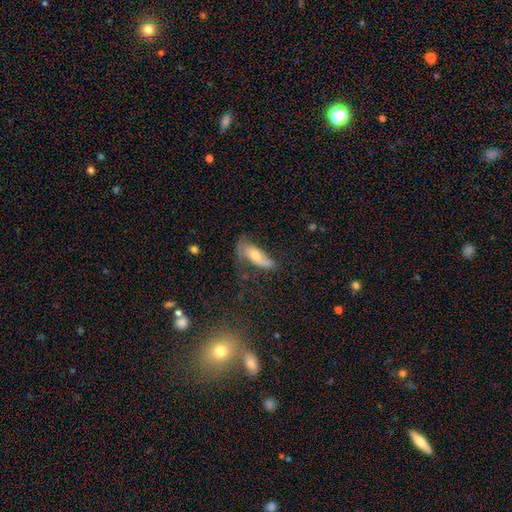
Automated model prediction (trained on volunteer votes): smooth_or_featured: featured or disk (p=0.48) [alt: smooth p=0.43]
merging: none (p=0.43) [alt: minor disturbance p=0.31]